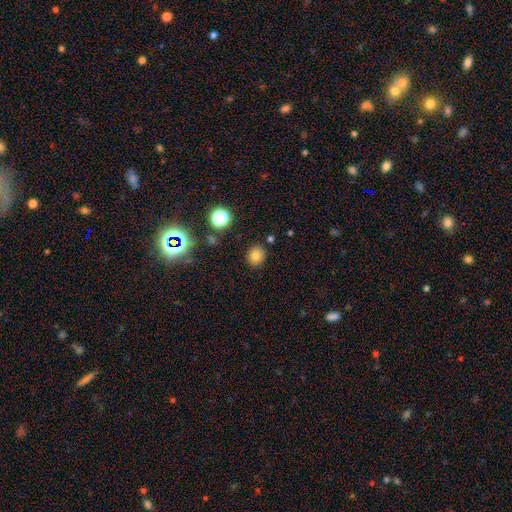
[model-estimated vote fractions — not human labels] This appears to be a smooth galaxy with no disk features (77%) that is round (81%). Merging: none (87%).